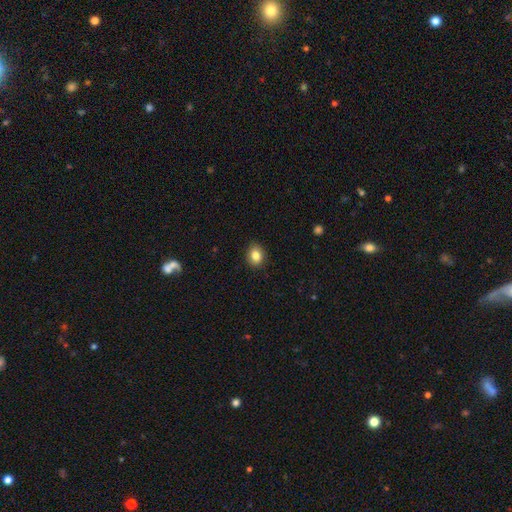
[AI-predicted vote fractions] Smooth or featured? Predicted: smooth (p=0.84). How rounded? Predicted: round (p=0.52). Merging? Predicted: none (p=0.88).